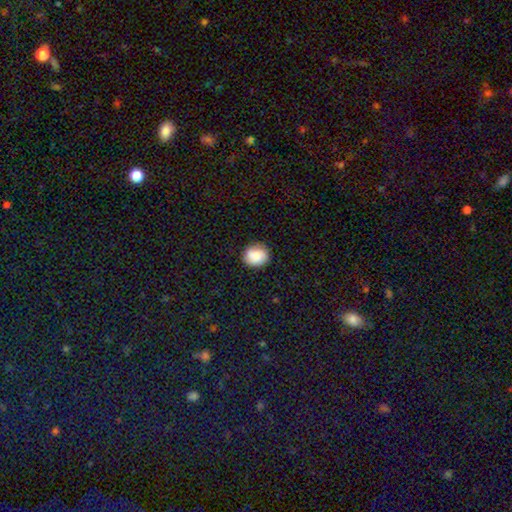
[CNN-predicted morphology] Smooth or featured?
  - smooth: 83% *
  - featured or disk: 10%
  - star or artifact: 8%
How rounded?
  - round: 67% *
  - in between: 32%
  - cigar-shaped: 1%
Merging?
  - none: 82% *
  - minor disturbance: 13%
  - major disturbance: 3%
  - merger: 1%